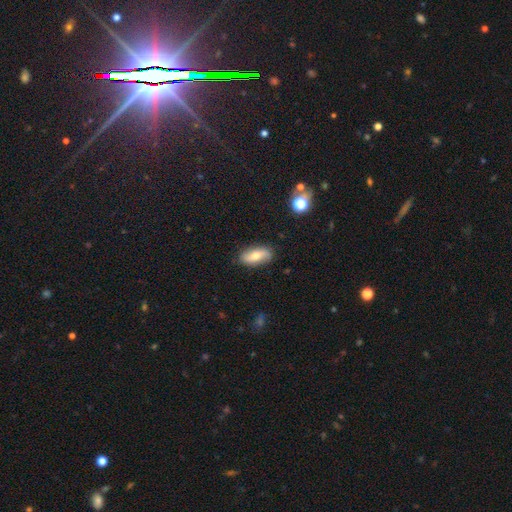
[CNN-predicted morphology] Smooth or featured? smooth (57%)
How rounded? in between (83%)
Merging? none (82%)